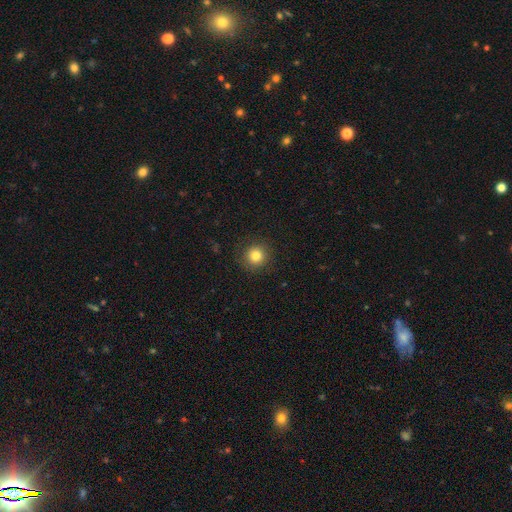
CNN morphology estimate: Overall: smooth (81%). How rounded: round (94%). Merging: none (90%).